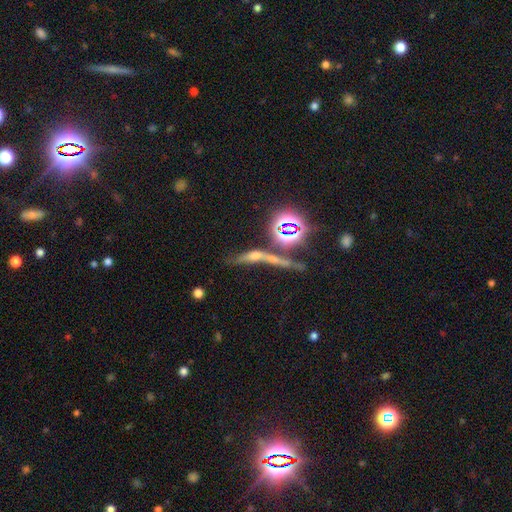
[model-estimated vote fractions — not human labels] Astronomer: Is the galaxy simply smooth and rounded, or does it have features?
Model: star or artifact — 34% (runner-up: smooth, 33%).